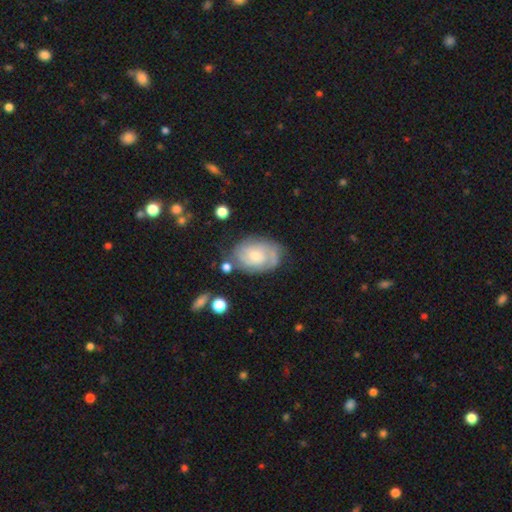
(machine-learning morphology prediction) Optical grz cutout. It shows a featured or disk galaxy (69%) with no bar (71%), 2 (40%) tight (59%) spiral arms (88%) and a small central bulge (49%). Merging: none (64%).